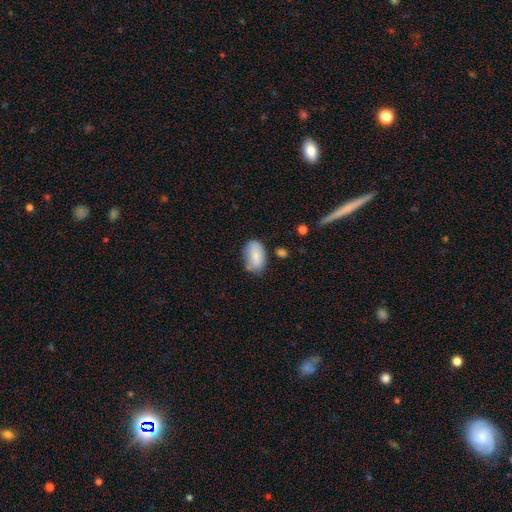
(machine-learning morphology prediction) A smooth galaxy with no disk features (81%) that is in between round and cigar-shaped (91%). Merging: none (63%).